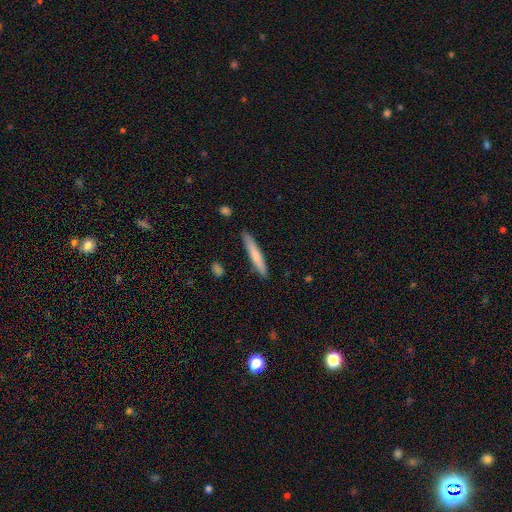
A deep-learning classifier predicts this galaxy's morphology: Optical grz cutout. It shows a smooth galaxy with no disk features (71%) that is cigar-shaped (94%). Merging: none (88%).